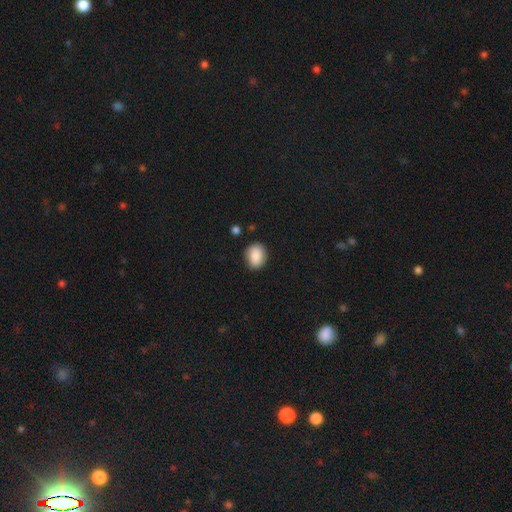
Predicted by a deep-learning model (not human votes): smooth_or_featured: smooth (p=0.88) [alt: star or artifact p=0.07]
how_rounded: in between (p=0.63) [alt: round p=0.36]
merging: none (p=0.83) [alt: minor disturbance p=0.13]